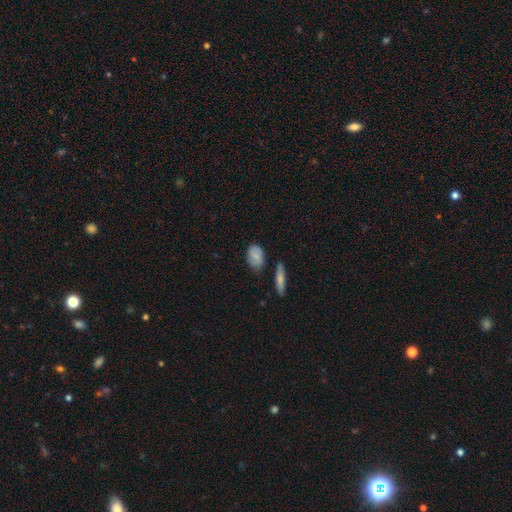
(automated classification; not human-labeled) Smooth or featured: smooth — 71% (featured or disk — 21%)
How rounded: in between — 78% (round — 18%)
Merging: none — 69% (minor disturbance — 22%)